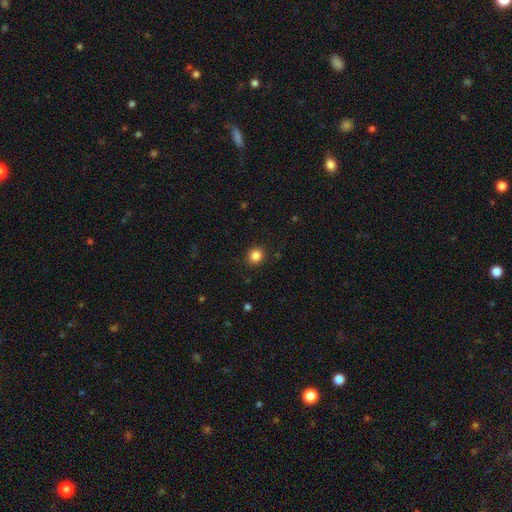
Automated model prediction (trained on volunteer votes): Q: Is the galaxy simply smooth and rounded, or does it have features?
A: smooth — 85%.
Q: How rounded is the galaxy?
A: round — 87%.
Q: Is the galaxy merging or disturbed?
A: none — 91%.